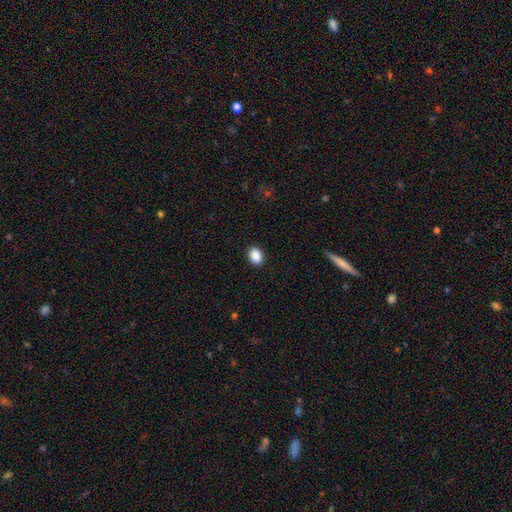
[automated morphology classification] This is clearly a smooth galaxy (90%). How rounded: likely in between (68%). Merging: clearly none (90%).